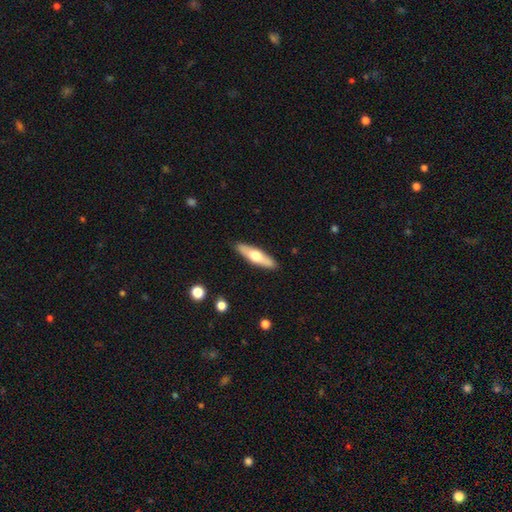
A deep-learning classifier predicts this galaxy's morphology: smooth-or-featured: smooth: 50% | featured or disk: 45% | star or artifact: 5%
  merging: none: 89% | minor disturbance: 8% | major disturbance: 2% | merger: 1%